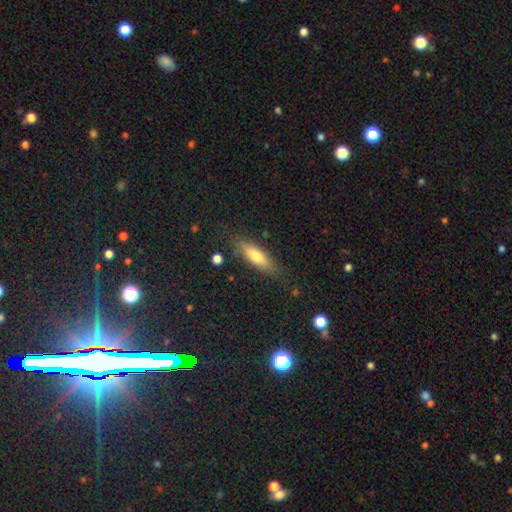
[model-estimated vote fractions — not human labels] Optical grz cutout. It shows a smooth galaxy with no disk features (69%) that is in between round and cigar-shaped (49%). Merging: none (81%).